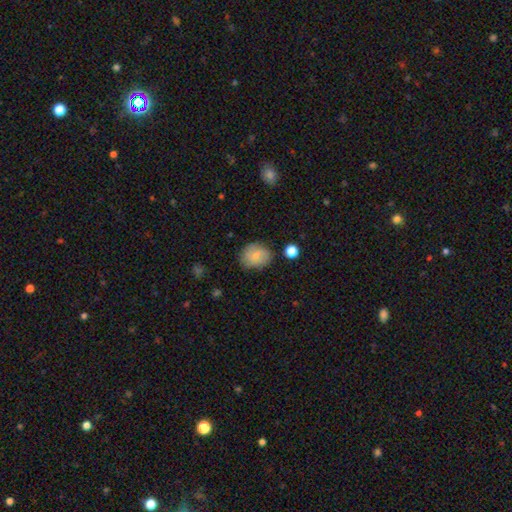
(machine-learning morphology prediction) Q: Smooth or featured?
A: smooth (74%); runner-up: featured or disk (17%)
Q: How rounded?
A: round (59%); runner-up: in between (40%)
Q: Merging?
A: none (75%); runner-up: minor disturbance (18%)